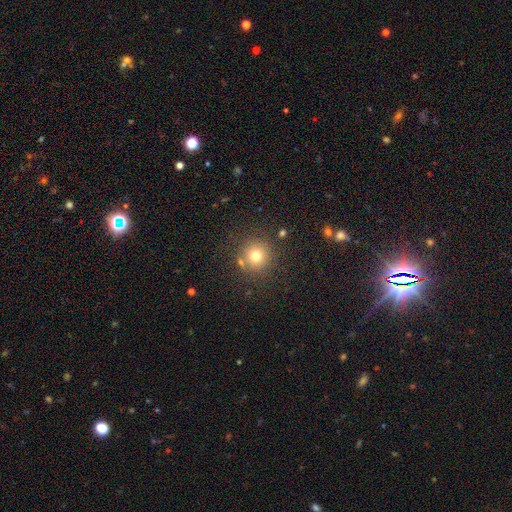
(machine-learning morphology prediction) smooth 73%, star or artifact 17%, featured or disk 10%. Down the decision tree: how rounded — round (94%); merging — none (83%).